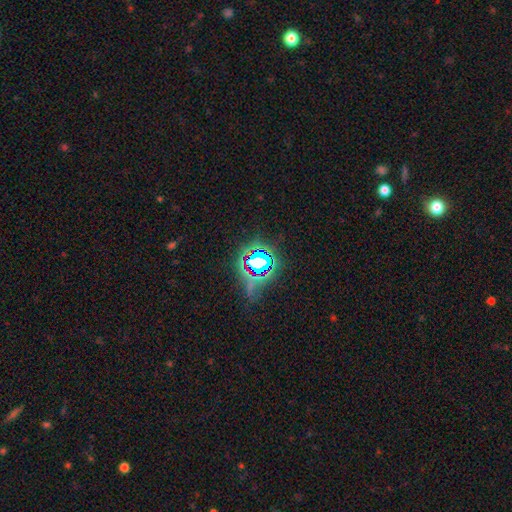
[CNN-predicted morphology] This is clearly a star or artifact rather than a galaxy (81%).